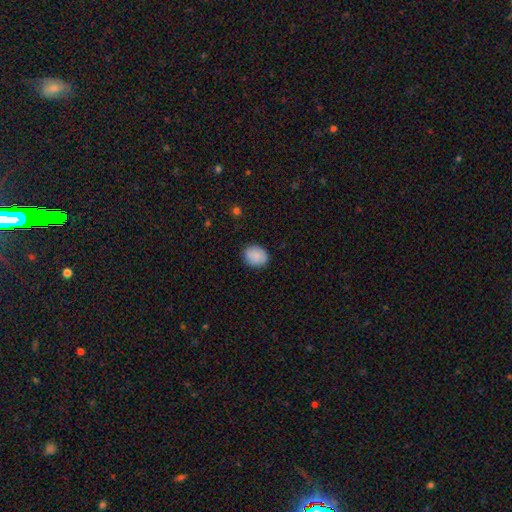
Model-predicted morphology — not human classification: This appears to be a smooth galaxy with no disk features (88%) that is round (51%). Merging: none (87%).